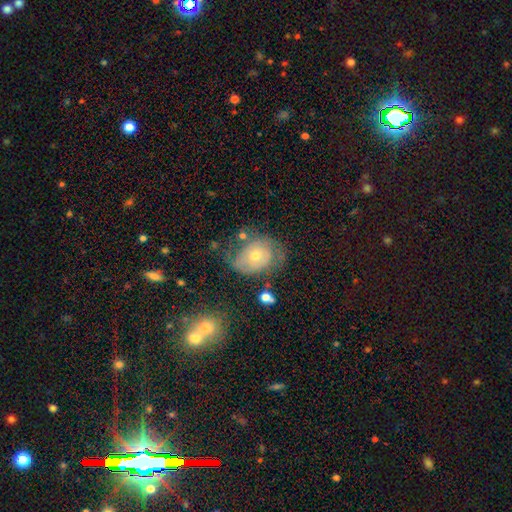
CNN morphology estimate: Overall: featured or disk (55%; smooth 35%). Edge-on disk: no (95%). Bar: no (83%). Spiral arms: yes (63%; no 37%). Bulge size: moderate (58%; small 38%). Merging: none (48%; minor disturbance 28%).